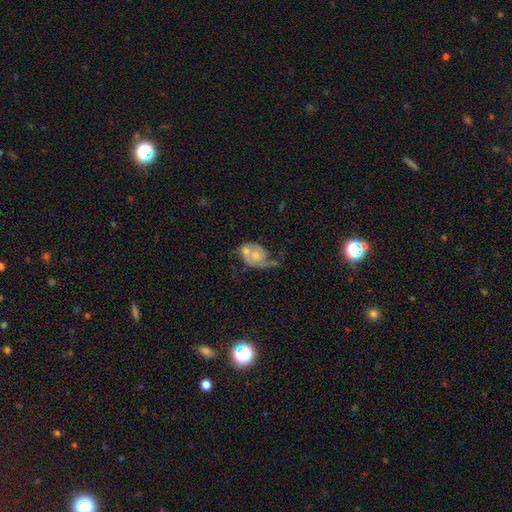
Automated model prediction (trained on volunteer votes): Smooth or featured? featured or disk (65%)
Edge-on disk? no (97%)
Bar? no (77%)
Spiral arms? yes (79%)
Spiral winding? medium (41%)
Spiral arm count? 2 (65%)
Bulge size? moderate (46%)
Merging? merger (33%)